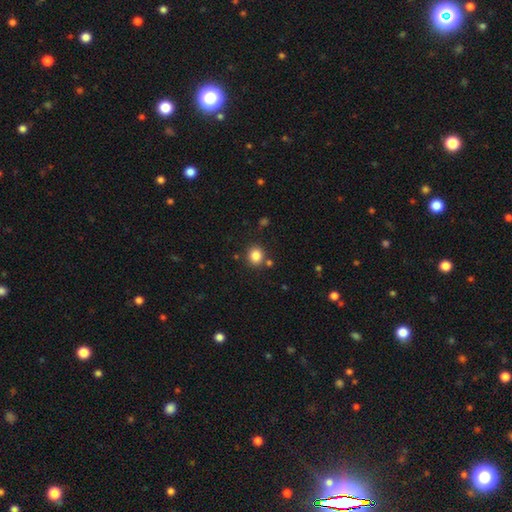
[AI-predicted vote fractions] A smooth galaxy with no disk features (85%) that is round (83%). Merging: none (83%).